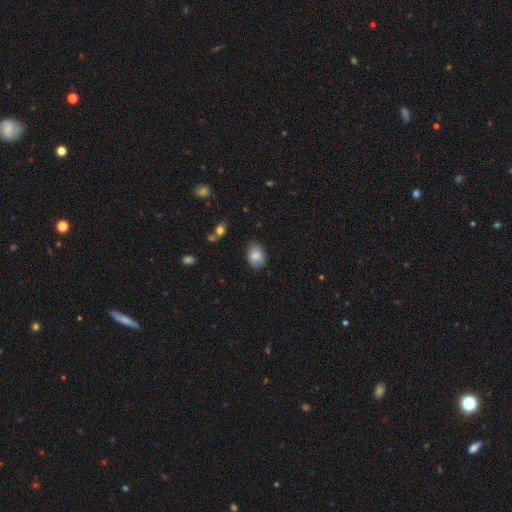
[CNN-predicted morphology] type=smooth (83%); roundness=in between (74%); merging=none (81%).